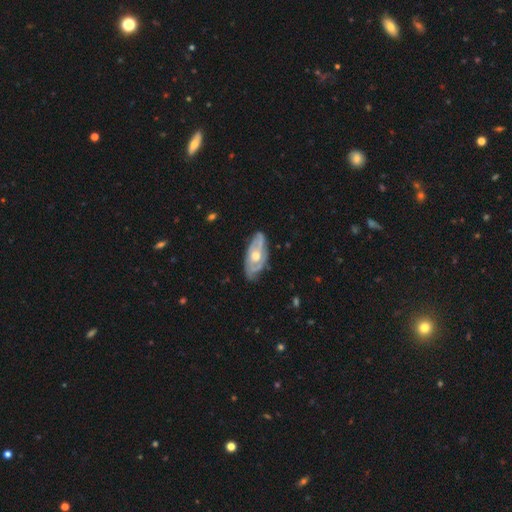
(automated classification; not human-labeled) Smooth or featured? Predicted: featured or disk (p=0.77). Edge-on disk? Predicted: no (p=0.86). Bar? Predicted: no (p=0.77). Spiral arms? Predicted: yes (p=0.81). Spiral winding? Predicted: tight (p=0.57). Spiral arm count? Predicted: can't tell (p=0.43). Bulge size? Predicted: moderate (p=0.77). Merging? Predicted: none (p=0.75).